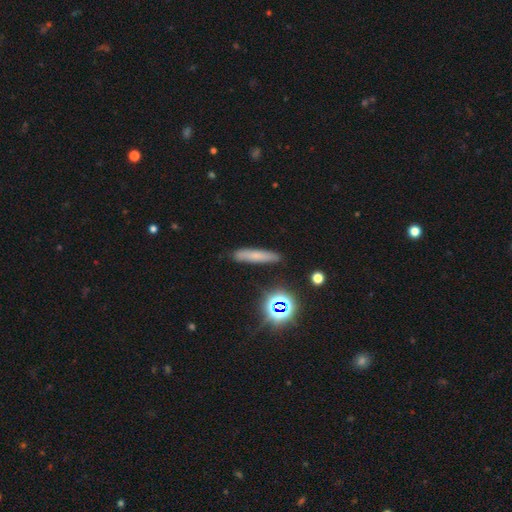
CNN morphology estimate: smooth 66%, featured or disk 18%, star or artifact 16%. Down the decision tree: how rounded — cigar-shaped (85%); merging — none (85%).